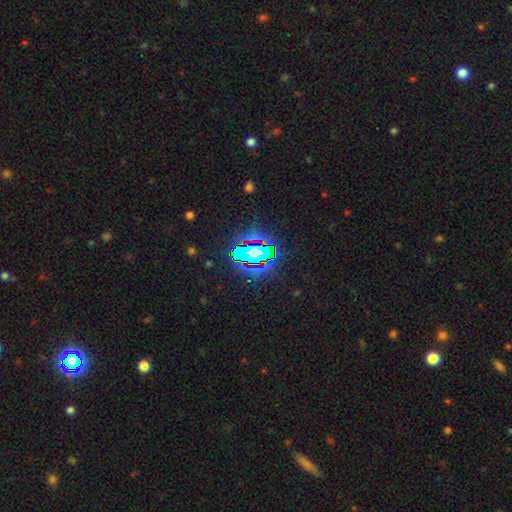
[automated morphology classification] Overall: star or artifact (83%).